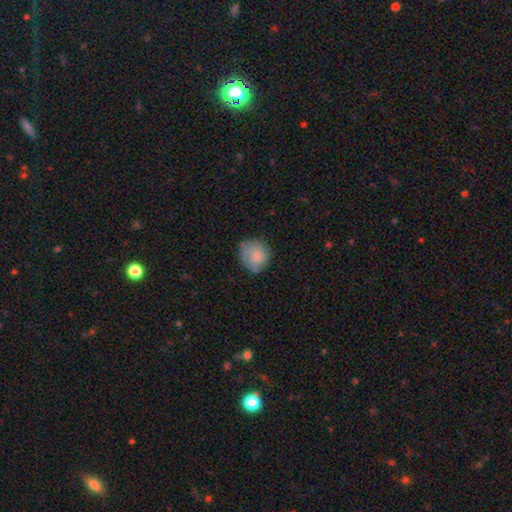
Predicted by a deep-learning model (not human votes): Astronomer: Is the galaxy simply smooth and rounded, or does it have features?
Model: smooth — 71%.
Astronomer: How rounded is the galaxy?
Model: round — 86%.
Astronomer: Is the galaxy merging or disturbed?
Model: none — 67%.